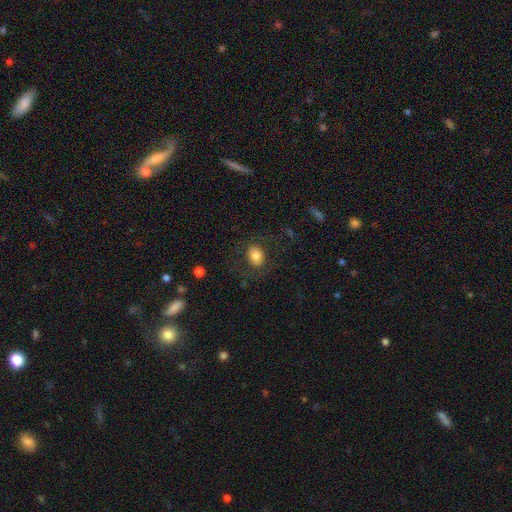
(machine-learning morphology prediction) type=smooth (79%); roundness=in between (51%); merging=none (79%).